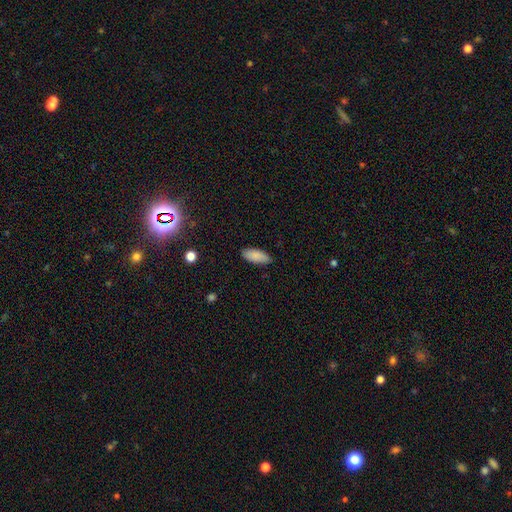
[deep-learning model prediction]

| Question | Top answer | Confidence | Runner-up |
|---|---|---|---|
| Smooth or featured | smooth | 88% | star or artifact (7%) |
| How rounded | in between | 82% | cigar-shaped (16%) |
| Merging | none | 84% | minor disturbance (13%) |